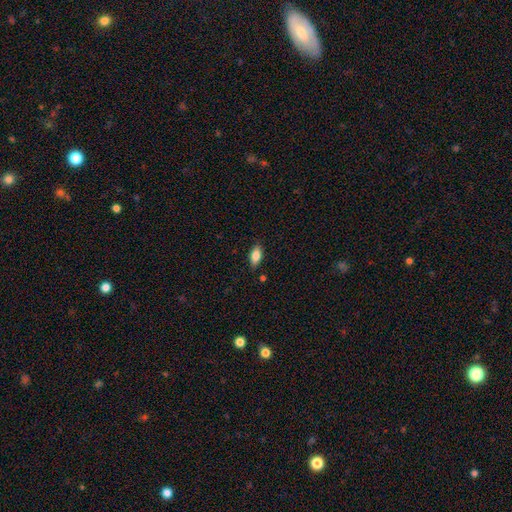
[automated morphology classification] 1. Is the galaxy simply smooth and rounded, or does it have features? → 82% smooth, 10% featured or disk, 7% star or artifact.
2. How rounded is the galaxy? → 88% in between, 8% cigar-shaped, 3% round.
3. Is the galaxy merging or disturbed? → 84% none, 12% minor disturbance, 2% major disturbance, 1% merger.